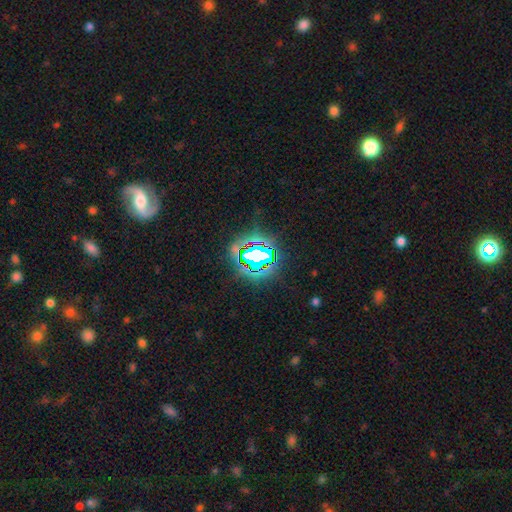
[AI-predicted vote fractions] This is likely a star or artifact rather than a galaxy (72%).